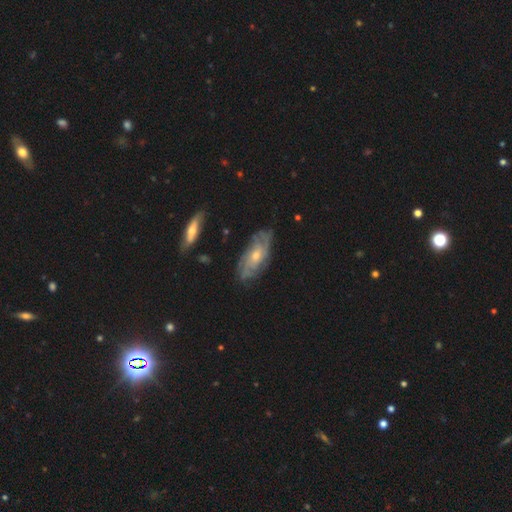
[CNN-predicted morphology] Smooth or featured?
  - featured or disk: 75% *
  - smooth: 17%
  - star or artifact: 7%
Edge-on disk?
  - no: 88% *
  - yes: 12%
Bar?
  - no: 74% *
  - weak: 22%
  - strong: 4%
Spiral arms?
  - yes: 90% *
  - no: 10%
Spiral winding?
  - tight: 61% *
  - medium: 30%
  - loose: 9%
Spiral arm count?
  - can't tell: 46% *
  - 2: 17%
  - 3: 16%
  - 4: 12%
  - more than 4: 5%
  - 1: 4%
Bulge size?
  - small: 51% *
  - moderate: 45%
  - large: 2%
  - none: 2%
  - dominant: 1%
Merging?
  - none: 77% *
  - minor disturbance: 17%
  - major disturbance: 4%
  - merger: 2%